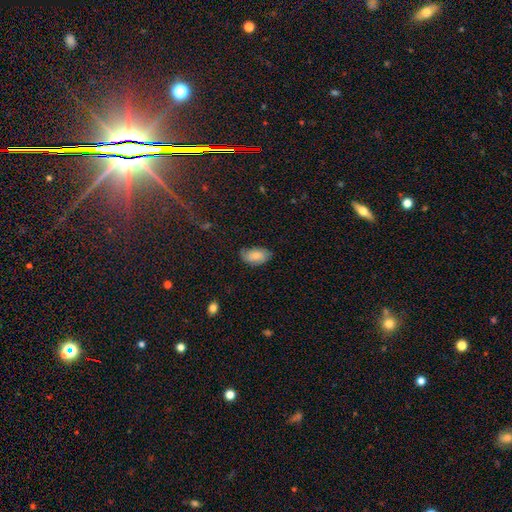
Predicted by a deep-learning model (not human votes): Smooth or featured? smooth (77%)
How rounded? in between (93%)
Merging? none (69%)